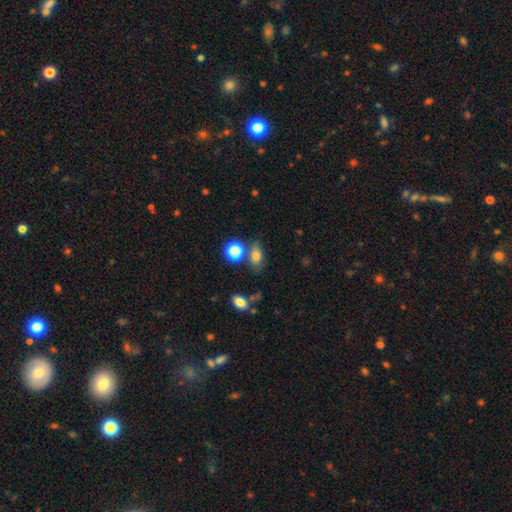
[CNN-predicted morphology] Smooth or featured? Predicted: smooth (p=0.76). How rounded? Predicted: in between (p=0.76). Merging? Predicted: none (p=0.66).